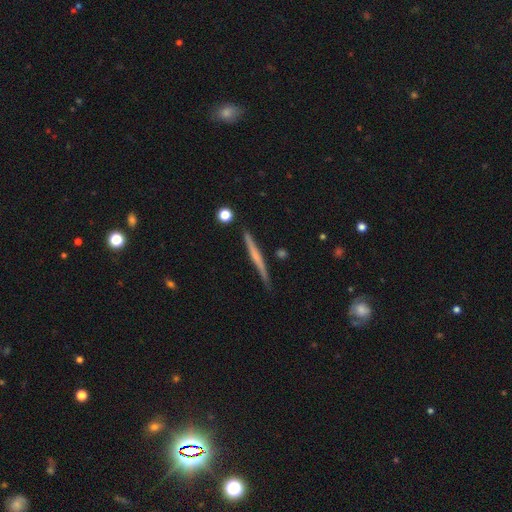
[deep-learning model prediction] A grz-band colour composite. It shows a featured or disk galaxy (56%) viewed edge-on (97%) with no central bulge (74%). Merging: none (84%).